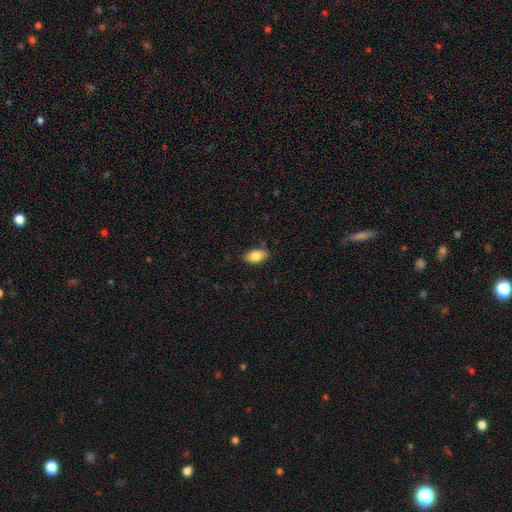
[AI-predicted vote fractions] A smooth galaxy with no disk features (83%) that is in between round and cigar-shaped (92%). Merging: none (81%).